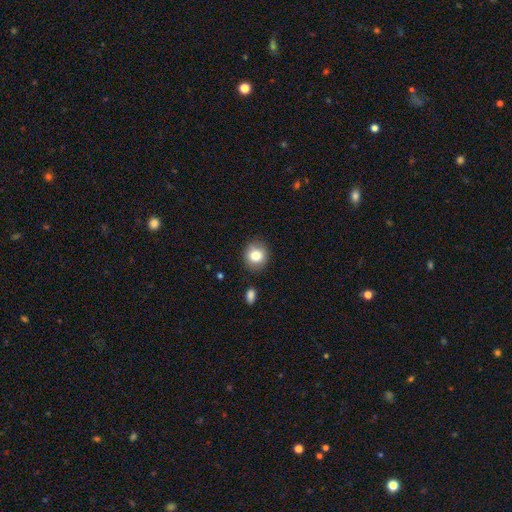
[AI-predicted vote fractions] This is clearly a smooth galaxy (82%). How rounded: clearly round (82%). Merging: clearly none (86%).